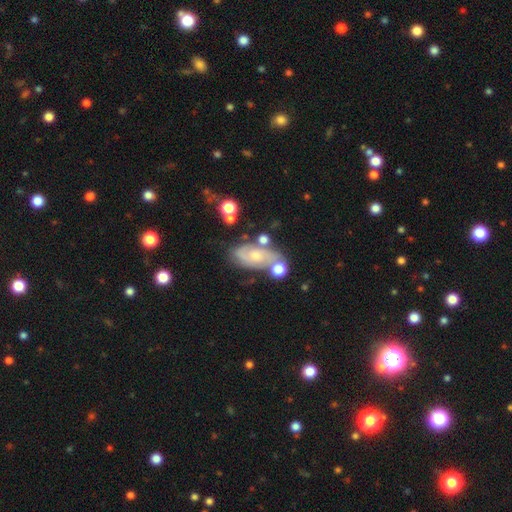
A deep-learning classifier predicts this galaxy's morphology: This is likely a featured or disk galaxy (66%). It is clearly not viewed edge-on (93%). Bar: likely no (69%). Spiral arm pattern: clearly yes (85%). Spiral arm count: likely 2 (60%). Spiral winding: marginally medium (42%). Central bulge: possibly small (56%). Merging: possibly none (52%).